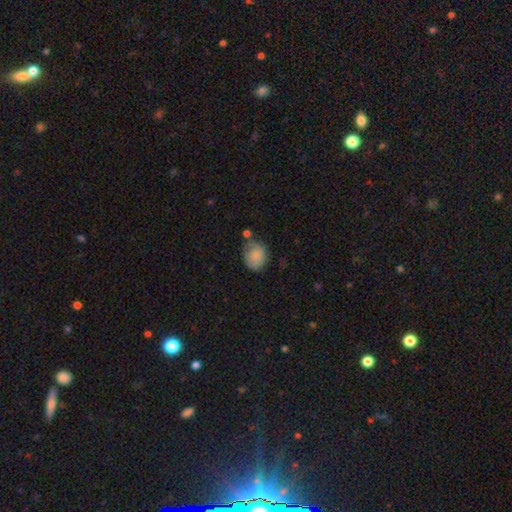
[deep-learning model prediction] Overall: smooth (80%). How rounded: round (65%; in between 34%). Merging: none (53%; minor disturbance 30%).